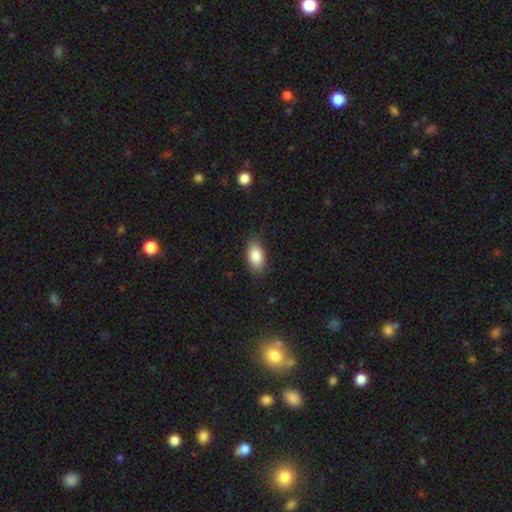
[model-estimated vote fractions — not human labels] Smooth or featured: smooth — 87% (star or artifact — 7%)
How rounded: in between — 92% (round — 5%)
Merging: none — 84% (minor disturbance — 12%)